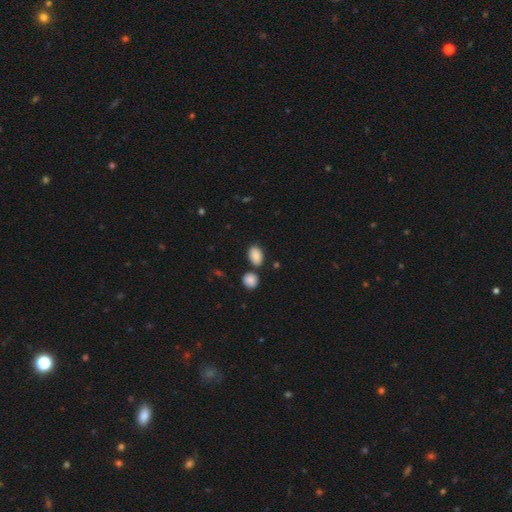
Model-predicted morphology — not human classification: A smooth galaxy with no disk features (88%) that is in between round and cigar-shaped (82%).

Vote fractions:
- Smooth or featured? smooth: 88% / star or artifact: 8% / featured or disk: 4%
- How rounded? in between: 82% / round: 16% / cigar-shaped: 1%
- Merging? none: 72% / merger: 13% / minor disturbance: 12% / major disturbance: 3%